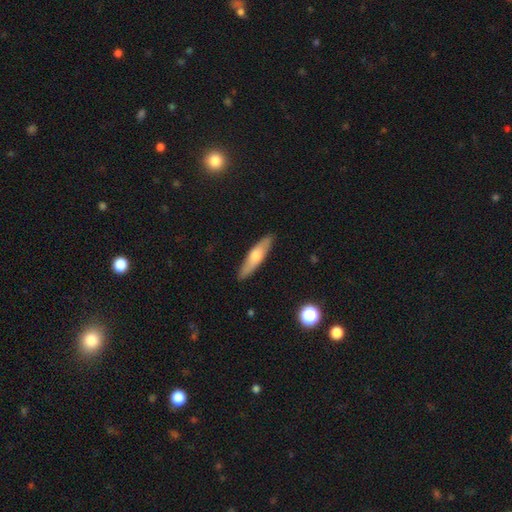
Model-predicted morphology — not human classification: This is possibly a smooth galaxy (56%). How rounded: likely cigar-shaped (75%). Merging: clearly none (88%).